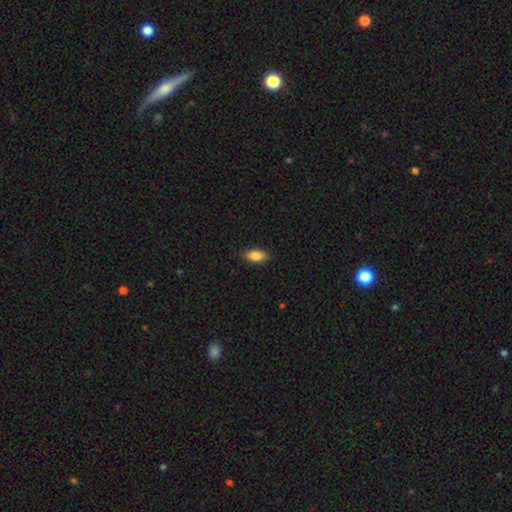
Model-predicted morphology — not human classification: smooth 86%, star or artifact 7%, featured or disk 7%. Down the decision tree: how rounded — in between (89%); merging — none (86%).